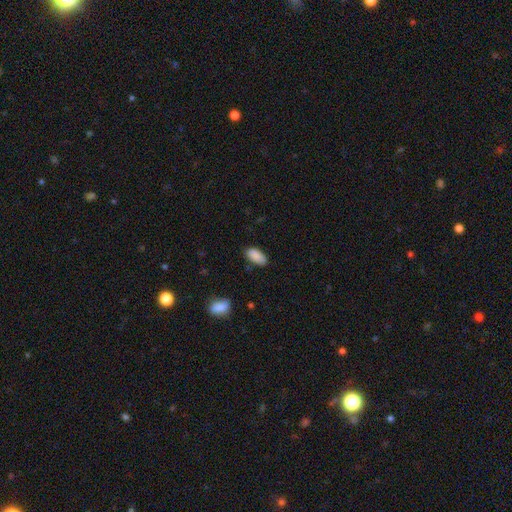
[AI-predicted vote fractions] Smooth or featured: smooth — 89% (star or artifact — 7%)
How rounded: in between — 92% (cigar-shaped — 6%)
Merging: none — 78% (minor disturbance — 17%)